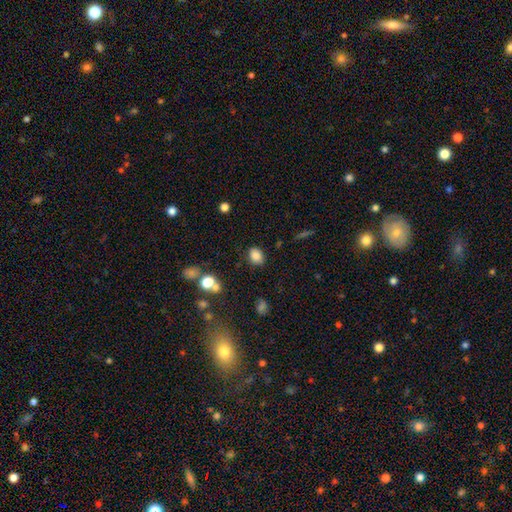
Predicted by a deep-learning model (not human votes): Smooth or featured: smooth — 84% (star or artifact — 10%)
How rounded: in between — 55% (round — 44%)
Merging: none — 82% (minor disturbance — 12%)